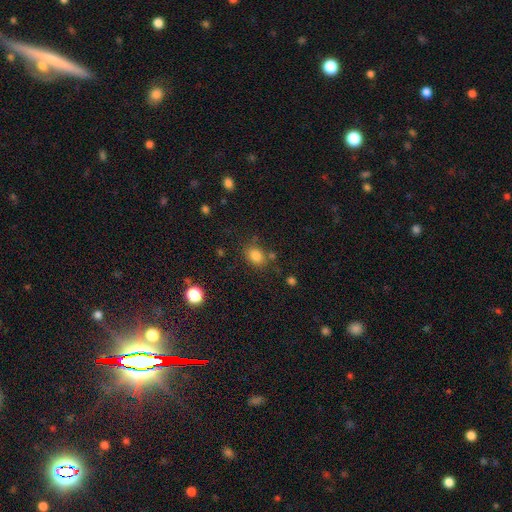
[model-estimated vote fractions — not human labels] Overall: smooth (82%). How rounded: in between (58%; round 40%). Merging: none (73%).